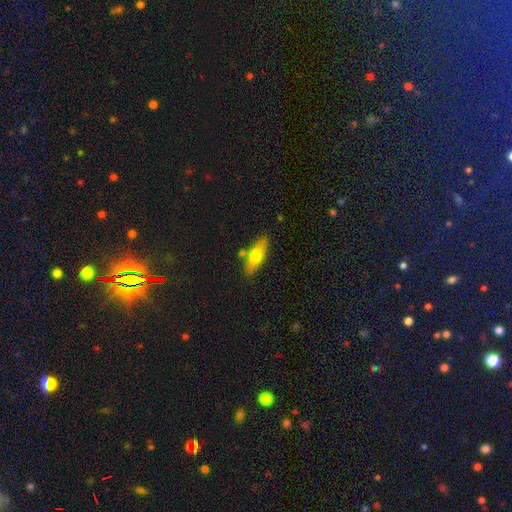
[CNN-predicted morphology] smooth_or_featured: smooth (p=0.66) [alt: featured or disk p=0.28]
how_rounded: in between (p=0.65) [alt: cigar-shaped p=0.32]
merging: none (p=0.79) [alt: minor disturbance p=0.12]